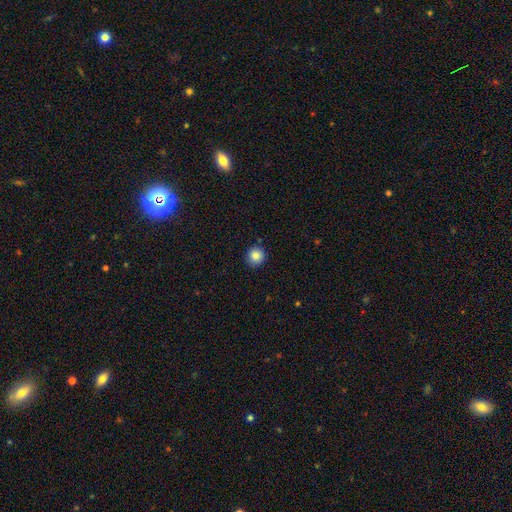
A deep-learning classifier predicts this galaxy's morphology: A smooth galaxy with no disk features (85%) that is round (93%).

Vote fractions:
- Smooth or featured? smooth: 85% / star or artifact: 10% / featured or disk: 5%
- How rounded? round: 93% / in between: 6% / cigar-shaped: 1%
- Merging? none: 89% / minor disturbance: 7% / major disturbance: 2% / merger: 2%